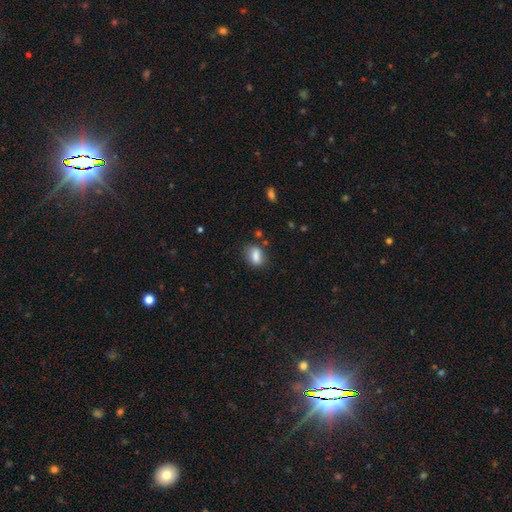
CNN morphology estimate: This appears to be a smooth galaxy with no disk features (83%) that is in between round and cigar-shaped (78%). Merging: none (70%).